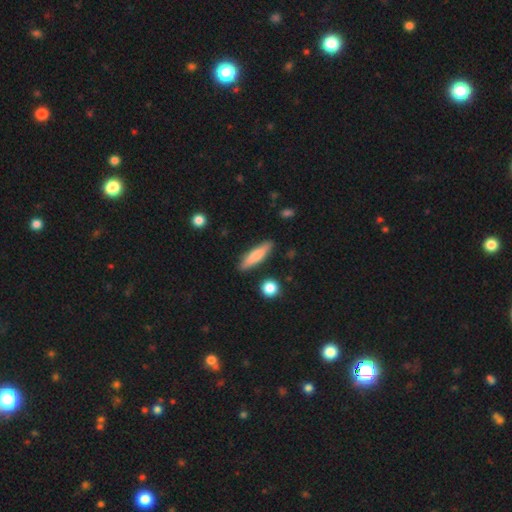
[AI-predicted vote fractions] Overall: smooth (72%). How rounded: cigar-shaped (79%). Merging: none (87%).